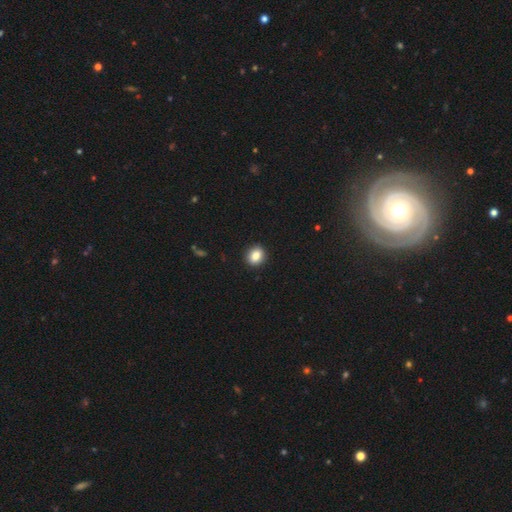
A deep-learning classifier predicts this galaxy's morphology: This is clearly a smooth galaxy (85%). How rounded: likely round (64%). Merging: clearly none (92%).